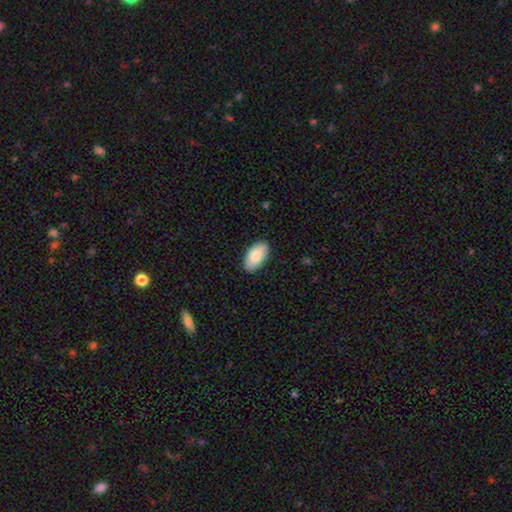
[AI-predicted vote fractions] Morphology: type=smooth (86%); roundness=in between (96%); merging=none (88%).